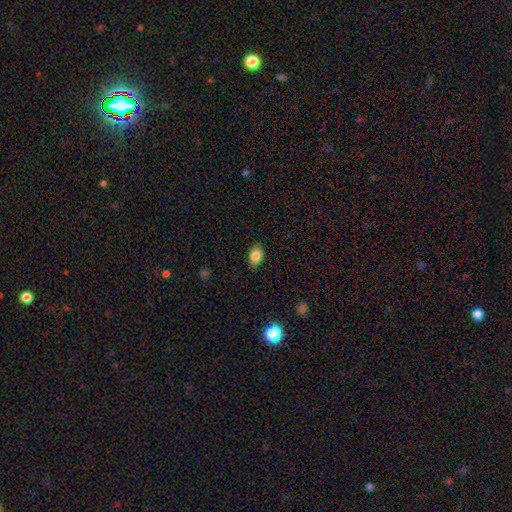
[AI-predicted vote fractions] smooth-or-featured: smooth: 83% | star or artifact: 9% | featured or disk: 8%
  how-rounded: in between: 87% | round: 11% | cigar-shaped: 2%
  merging: none: 85% | minor disturbance: 12% | major disturbance: 2% | merger: 1%